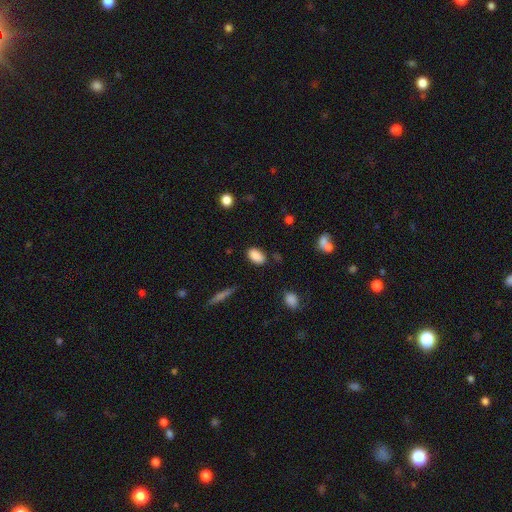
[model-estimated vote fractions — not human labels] Smooth or featured: smooth — 88% (star or artifact — 8%)
How rounded: in between — 92% (round — 5%)
Merging: none — 84% (minor disturbance — 12%)